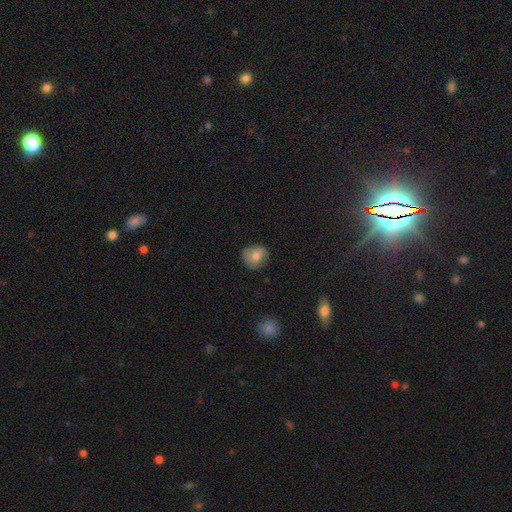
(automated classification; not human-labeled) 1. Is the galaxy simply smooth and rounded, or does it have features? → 72% smooth, 19% featured or disk, 8% star or artifact.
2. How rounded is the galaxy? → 81% round, 18% in between, 1% cigar-shaped.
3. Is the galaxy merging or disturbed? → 77% none, 18% minor disturbance, 4% major disturbance, 1% merger.